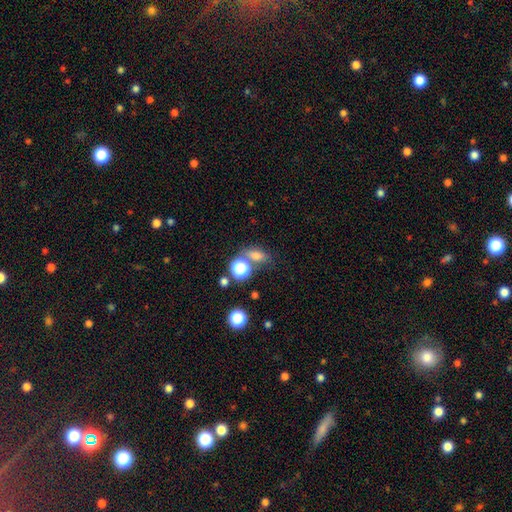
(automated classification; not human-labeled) The model was most divided on "how rounded": in between: 64%, round: 31%, cigar-shaped: 5%. More confident: smooth or featured — smooth (68%); merging — none (57%).